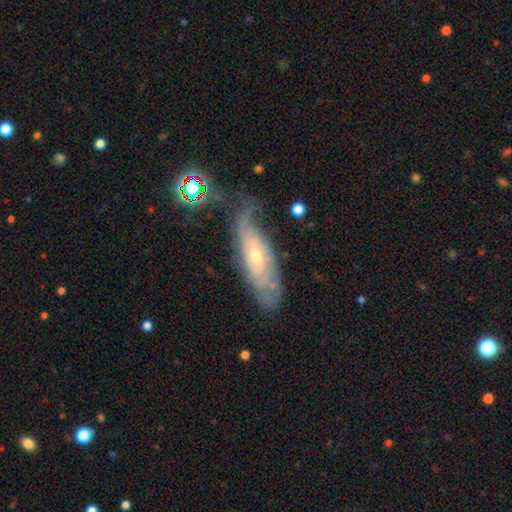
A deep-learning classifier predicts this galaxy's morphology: Smooth or featured? Predicted: featured or disk (p=0.70). Edge-on disk? Predicted: no (p=0.78). Bar? Predicted: no (p=0.71). Spiral arms? Predicted: yes (p=0.80). Bulge size? Predicted: small (p=0.63). Merging? Predicted: none (p=0.52).